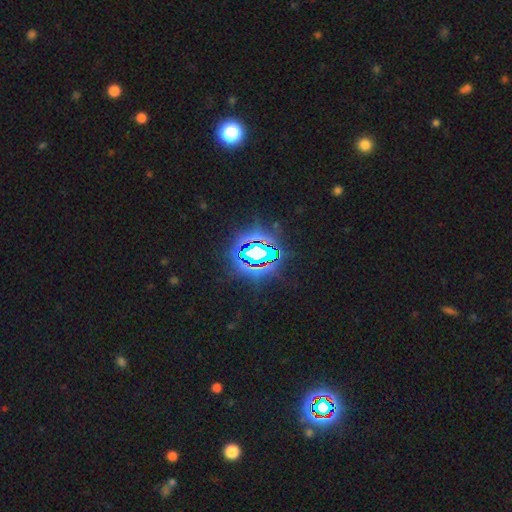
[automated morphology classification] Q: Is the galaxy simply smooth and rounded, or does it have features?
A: star or artifact — 82%.